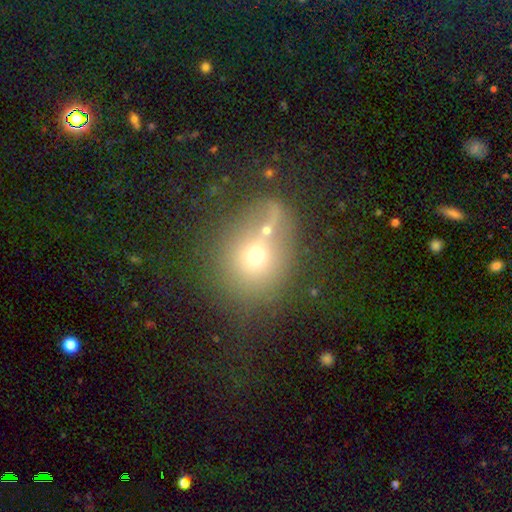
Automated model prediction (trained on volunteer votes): This appears to be a smooth galaxy with no disk features (61%) that is round (75%). Merging: merger (41%).